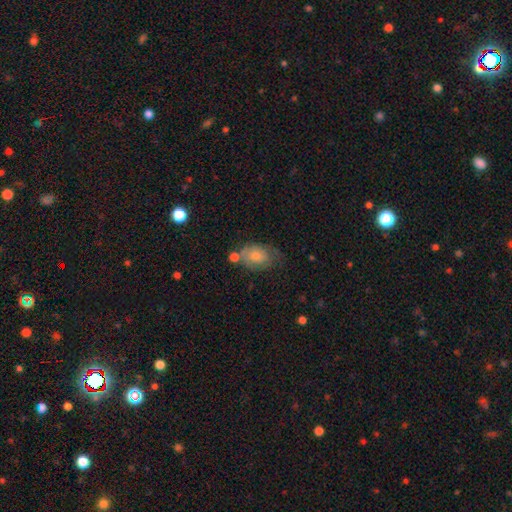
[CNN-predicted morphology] Smooth or featured?
  - smooth: 53% *
  - featured or disk: 36%
  - star or artifact: 10%
How rounded?
  - in between: 77% *
  - round: 21%
  - cigar-shaped: 2%
Merging?
  - none: 52% *
  - minor disturbance: 26%
  - major disturbance: 12%
  - merger: 10%